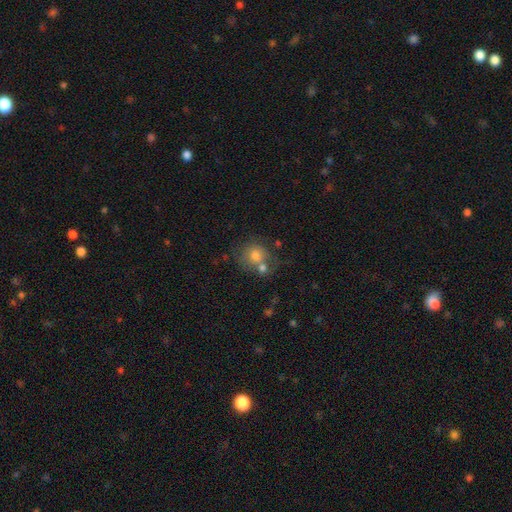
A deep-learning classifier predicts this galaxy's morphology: A smooth galaxy with no disk features (71%) that is round (74%). Merging: none (41%).